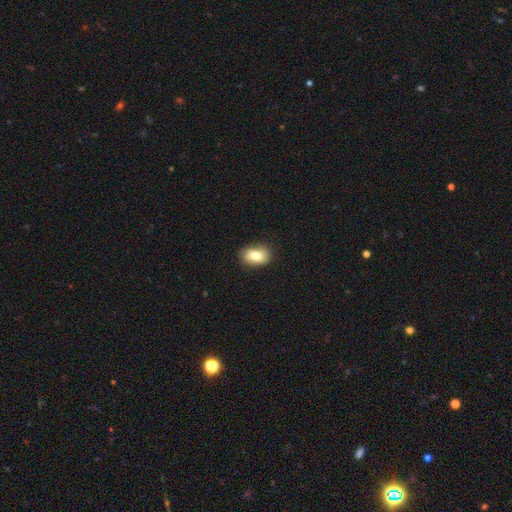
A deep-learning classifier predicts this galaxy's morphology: This appears to be a smooth galaxy with no disk features (79%) that is in between round and cigar-shaped (84%). Merging: none (83%).